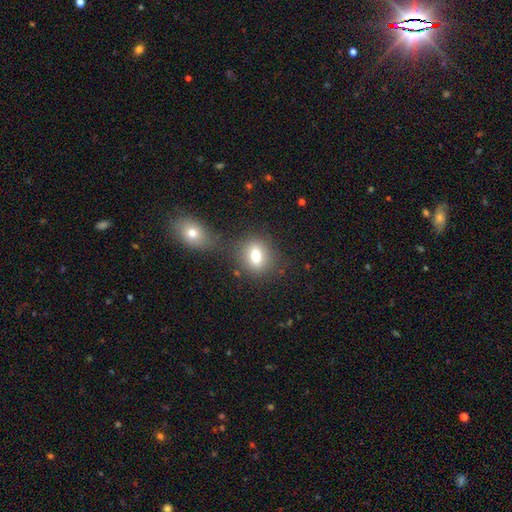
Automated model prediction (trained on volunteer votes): Smooth or featured? smooth (75%)
How rounded? round (49%, tied with in between)
Merging? none (69%)